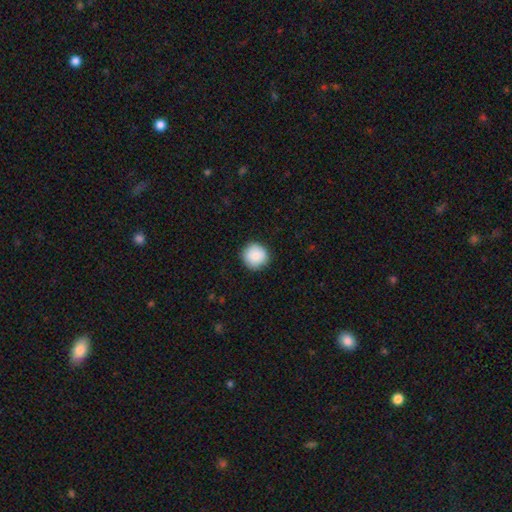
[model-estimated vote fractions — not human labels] Morphology: type=smooth (88%); roundness=round (95%); merging=none (90%).